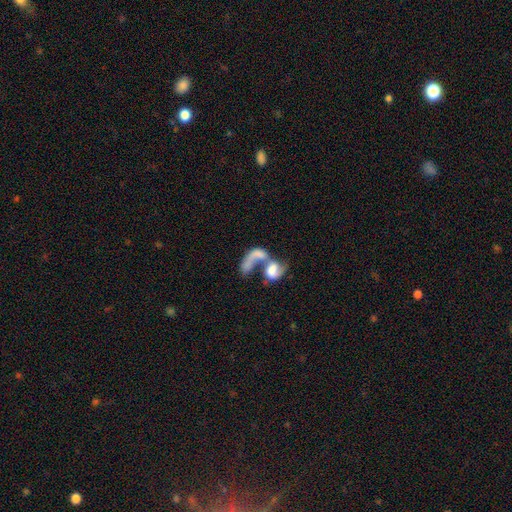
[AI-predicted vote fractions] The model was most divided on "bulge size": none: 32%, moderate: 24%, large: 22%, small: 16%, dominant: 6%. More confident: edge-on disk — no (95%); merging — merger (70%); spiral arms — yes (65%); bar — no (62%); smooth or featured — featured or disk (56%).